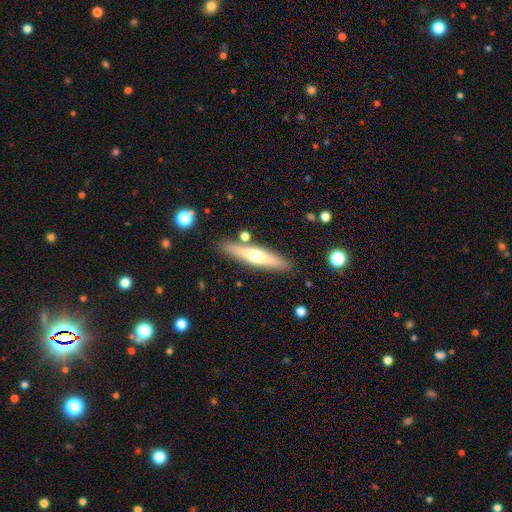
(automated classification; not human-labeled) Morphology: type=featured or disk (48%); merging=none (86%).